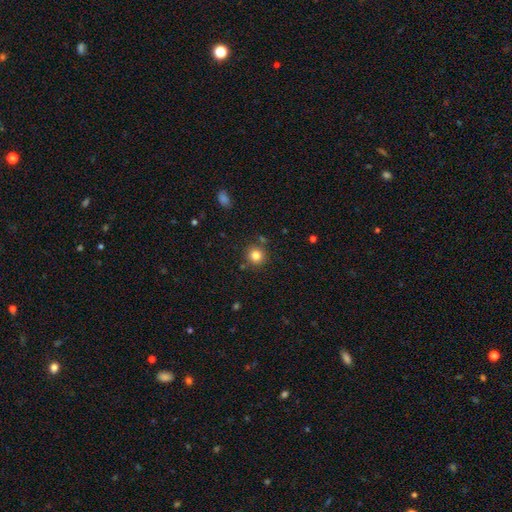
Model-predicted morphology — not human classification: Smooth or featured?
  - smooth: 82% *
  - star or artifact: 12%
  - featured or disk: 6%
How rounded?
  - round: 93% *
  - in between: 6%
  - cigar-shaped: 1%
Merging?
  - none: 85% *
  - minor disturbance: 8%
  - merger: 5%
  - major disturbance: 2%